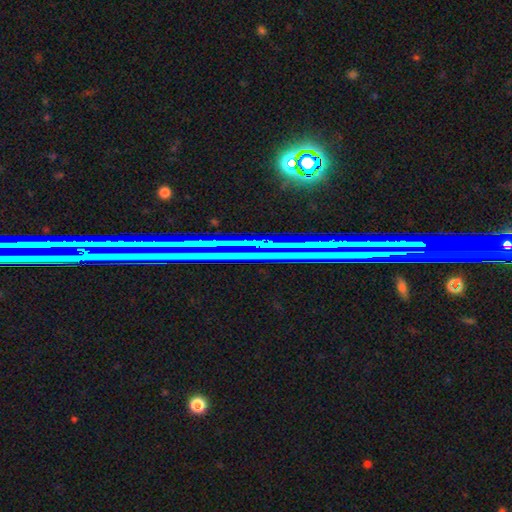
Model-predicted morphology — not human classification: smooth_or_featured: star or artifact (p=0.72) [alt: featured or disk p=0.18]